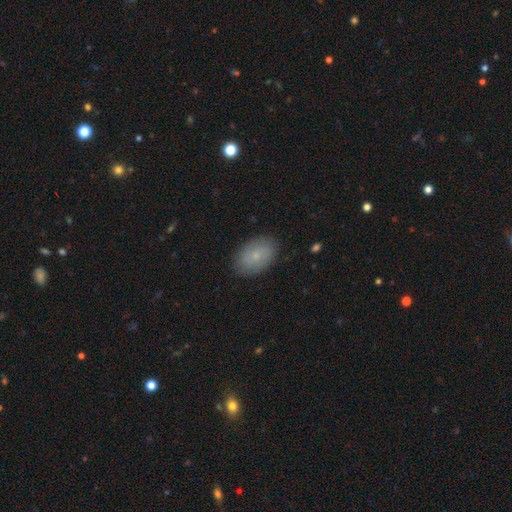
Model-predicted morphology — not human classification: Smooth or featured: smooth — 75% (featured or disk — 17%)
How rounded: in between — 87% (round — 12%)
Merging: none — 86% (minor disturbance — 10%)